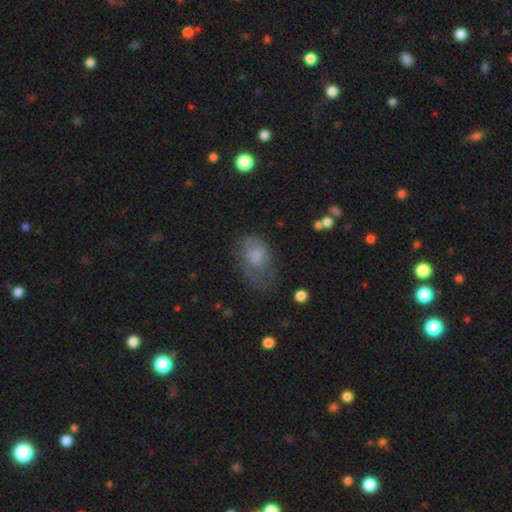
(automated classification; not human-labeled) Smooth or featured: smooth — 56% (featured or disk — 34%)
How rounded: in between — 87% (round — 11%)
Merging: none — 39% (minor disturbance — 29%)